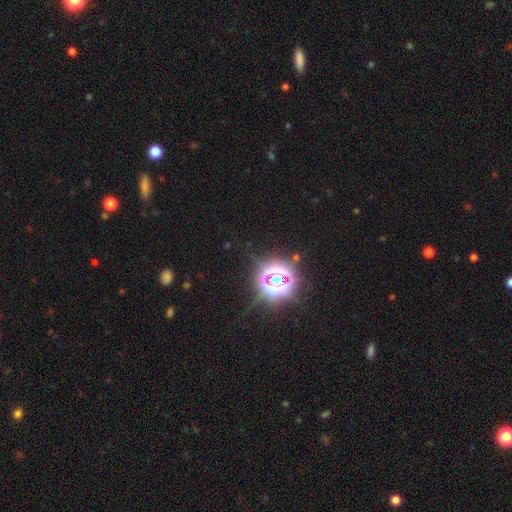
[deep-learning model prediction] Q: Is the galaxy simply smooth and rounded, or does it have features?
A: star or artifact — 82%.